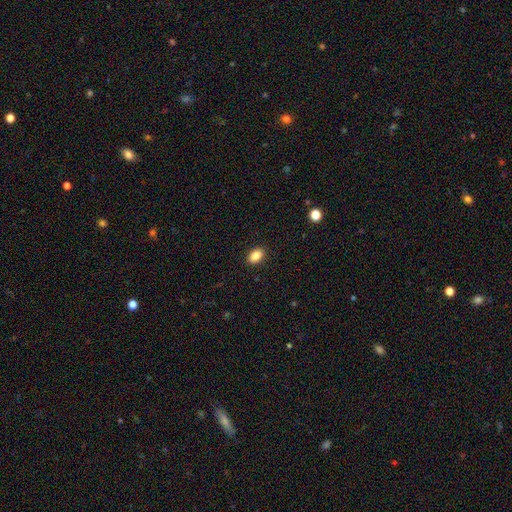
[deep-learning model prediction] The model was most divided on "how rounded": in between: 86%, round: 12%, cigar-shaped: 2%. More confident: merging — none (90%); smooth or featured — smooth (86%).